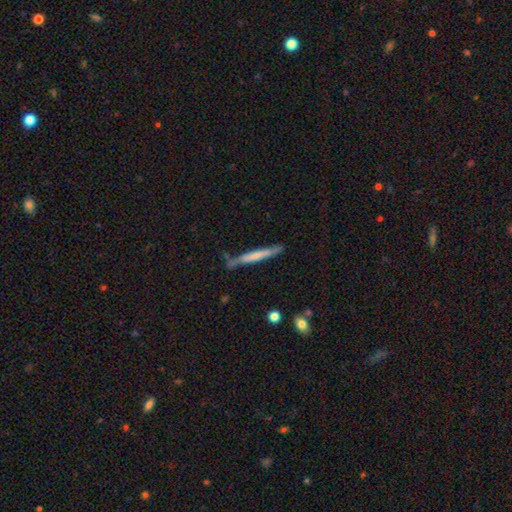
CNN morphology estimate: Q: Smooth or featured?
A: smooth (51%); runner-up: featured or disk (44%)
Q: How rounded?
A: cigar-shaped (96%); runner-up: in between (3%)
Q: Merging?
A: none (76%); runner-up: minor disturbance (17%)